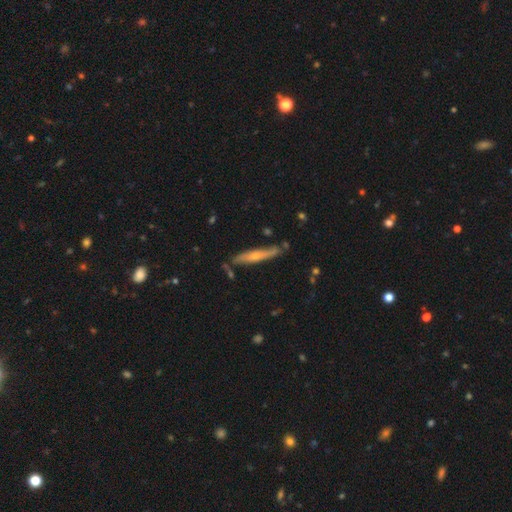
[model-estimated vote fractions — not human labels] Smooth or featured? featured or disk (53%)
Edge-on disk? yes (85%)
Merging? none (75%)